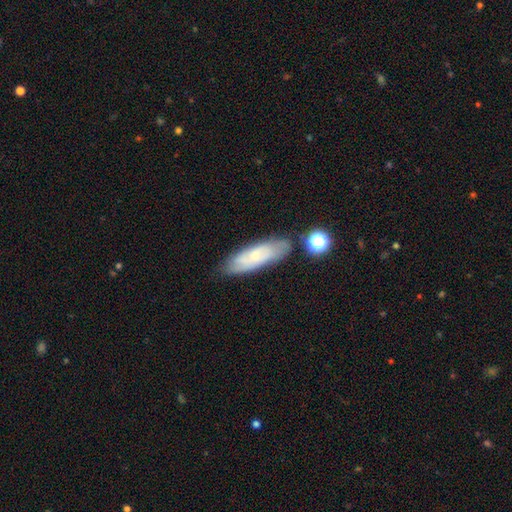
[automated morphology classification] Smooth or featured: smooth — 46% (tied with featured or disk — 46%)
Merging: none — 75% (minor disturbance — 17%)